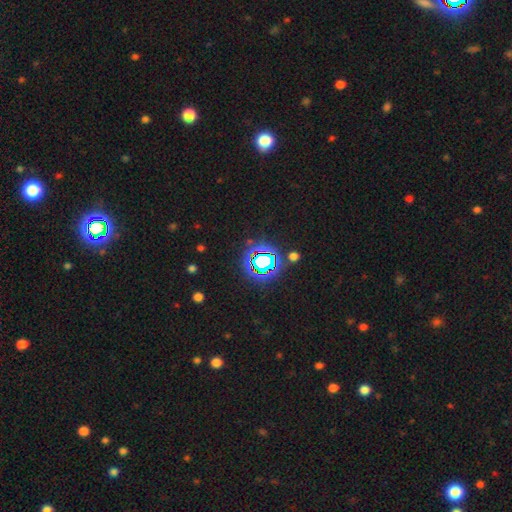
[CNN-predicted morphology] Smooth or featured? star or artifact (82%)